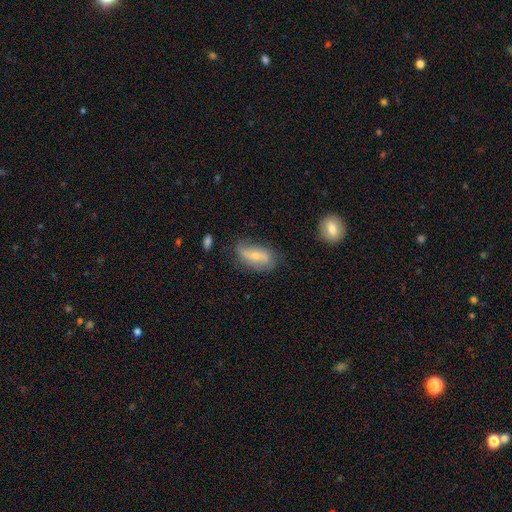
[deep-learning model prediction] featured or disk 57%, smooth 35%, star or artifact 8%. Down the decision tree: edge-on disk — no (90%); bar — no (40%); spiral arms — yes (80%); bulge size — small (58%); merging — none (61%).